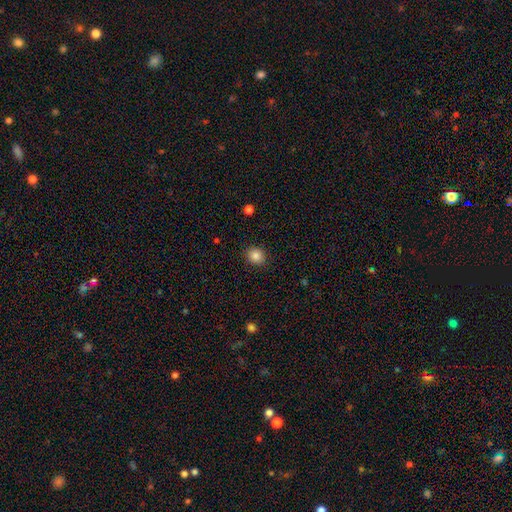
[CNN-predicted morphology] Q: Smooth or featured?
A: smooth (85%); runner-up: star or artifact (10%)
Q: How rounded?
A: round (72%); runner-up: in between (27%)
Q: Merging?
A: none (90%); runner-up: minor disturbance (7%)